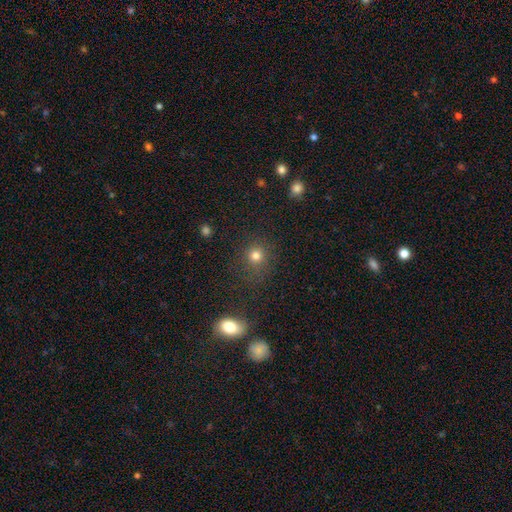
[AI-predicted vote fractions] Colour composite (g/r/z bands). It shows a smooth galaxy with no disk features (77%) that is round (89%). Merging: none (82%).